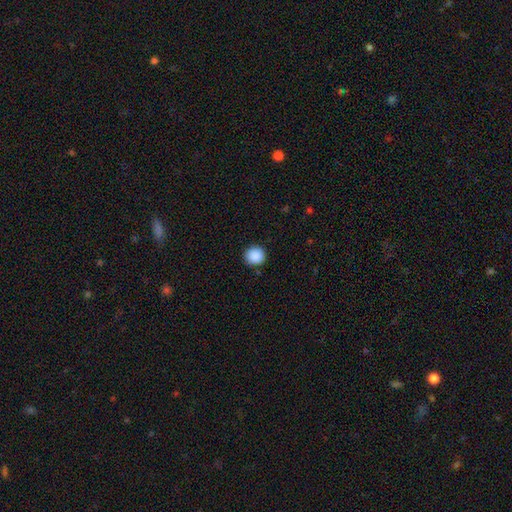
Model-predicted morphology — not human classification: This appears to be a smooth galaxy with no disk features (89%) that is round (94%). Merging: none (91%).